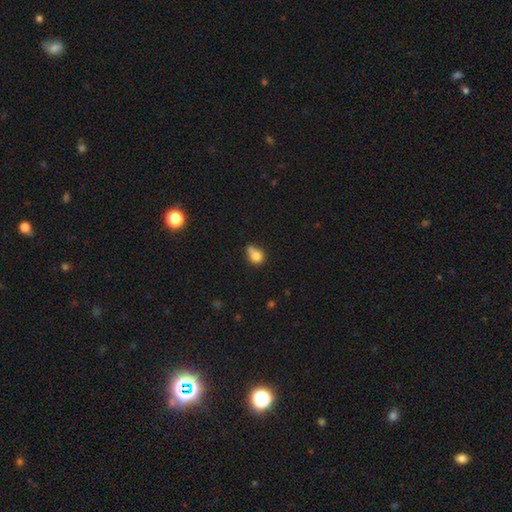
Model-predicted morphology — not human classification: smooth-or-featured: smooth: 78% | featured or disk: 11% | star or artifact: 11%
  how-rounded: round: 57% | in between: 41% | cigar-shaped: 2%
  merging: none: 36% | minor disturbance: 27% | merger: 27% | major disturbance: 10%